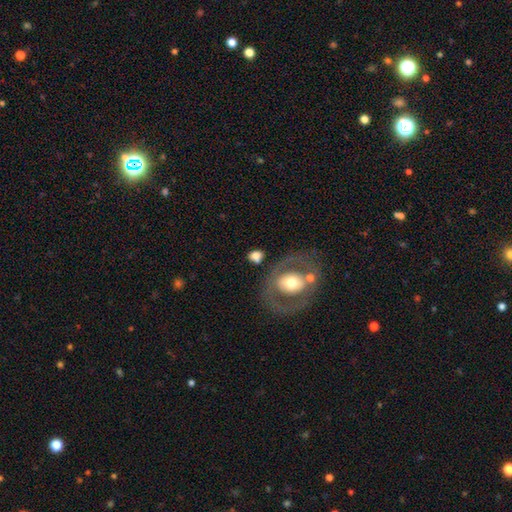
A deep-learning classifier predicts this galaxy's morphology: A smooth galaxy with no disk features (64%) that is in between round and cigar-shaped (53%). Merging: none (66%).